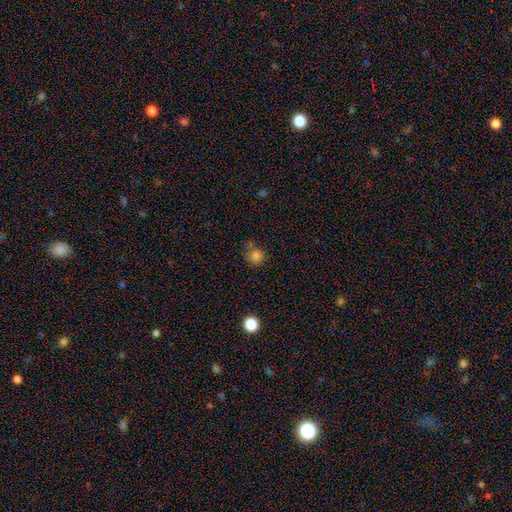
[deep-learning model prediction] The model was most divided on "merging": none: 65%, minor disturbance: 16%, merger: 13%, major disturbance: 5%. More confident: how rounded — round (88%); smooth or featured — smooth (80%).